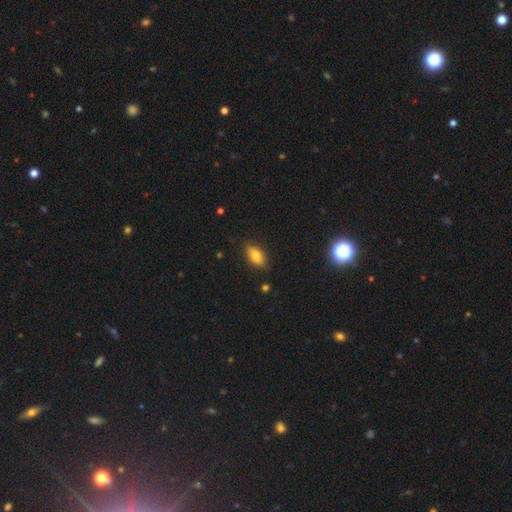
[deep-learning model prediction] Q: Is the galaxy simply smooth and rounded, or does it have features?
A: smooth — 74%.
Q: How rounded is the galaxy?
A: in between — 87%.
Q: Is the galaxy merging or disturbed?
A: none — 85%.